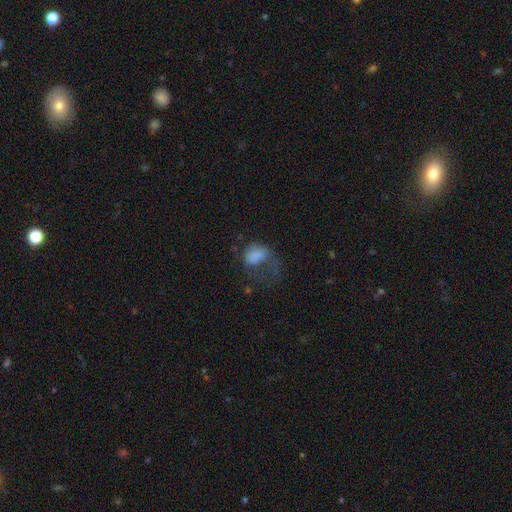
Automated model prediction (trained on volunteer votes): Smooth or featured?
  - smooth: 68% *
  - featured or disk: 20%
  - star or artifact: 12%
How rounded?
  - in between: 73% *
  - round: 25%
  - cigar-shaped: 1%
Merging?
  - major disturbance: 63% *
  - none: 17%
  - minor disturbance: 16%
  - merger: 4%